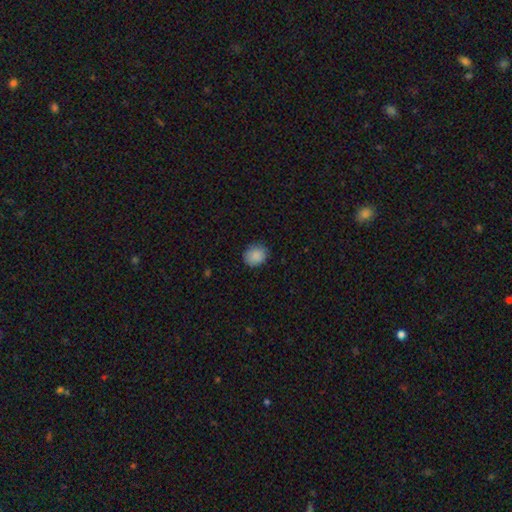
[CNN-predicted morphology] smooth-or-featured: smooth: 88% | star or artifact: 8% | featured or disk: 3%
  how-rounded: round: 71% | in between: 29% | cigar-shaped: 1%
  merging: none: 86% | minor disturbance: 11% | major disturbance: 2% | merger: 1%